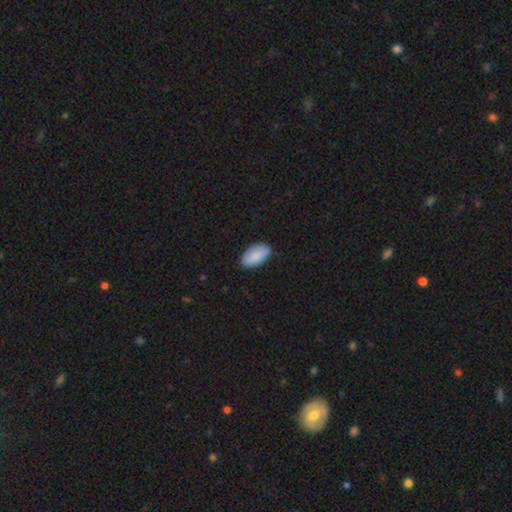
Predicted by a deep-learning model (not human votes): smooth 88%, featured or disk 6%, star or artifact 6%. Down the decision tree: how rounded — in between (95%); merging — none (81%).